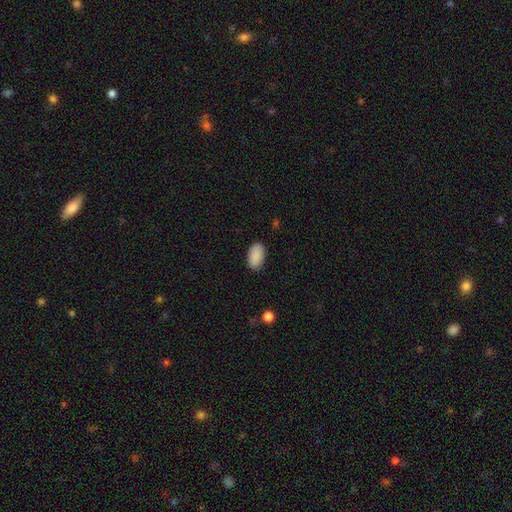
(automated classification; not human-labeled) This appears to be a smooth galaxy with no disk features (90%) that is in between round and cigar-shaped (94%). Merging: none (87%).